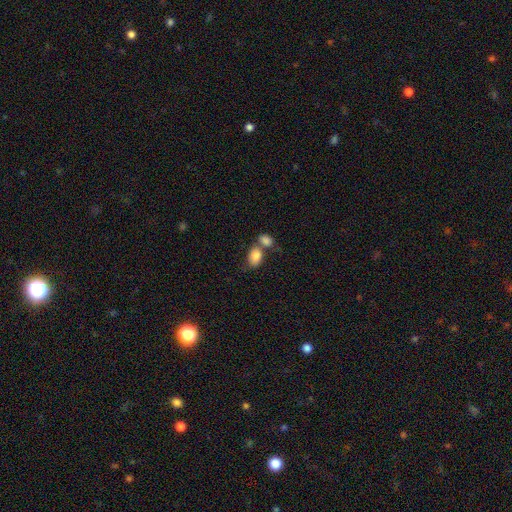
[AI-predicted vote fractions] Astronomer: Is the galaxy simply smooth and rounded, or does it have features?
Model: smooth — 84%.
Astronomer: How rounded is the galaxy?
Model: in between — 81%.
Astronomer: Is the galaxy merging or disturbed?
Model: merger — 51% (runner-up: none, 34%).